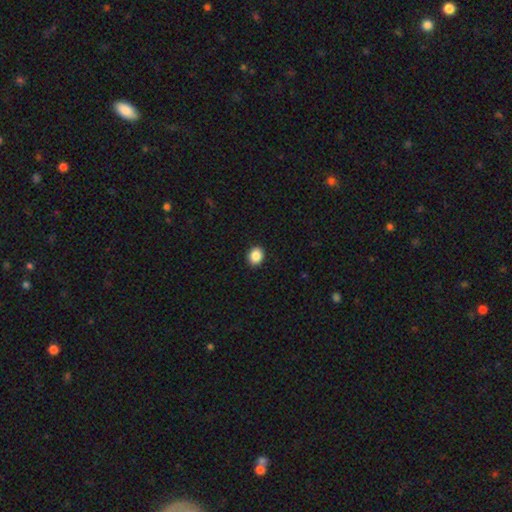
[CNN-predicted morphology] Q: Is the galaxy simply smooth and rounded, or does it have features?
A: smooth — 87%.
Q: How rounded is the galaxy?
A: round — 63%.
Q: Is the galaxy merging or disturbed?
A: none — 92%.